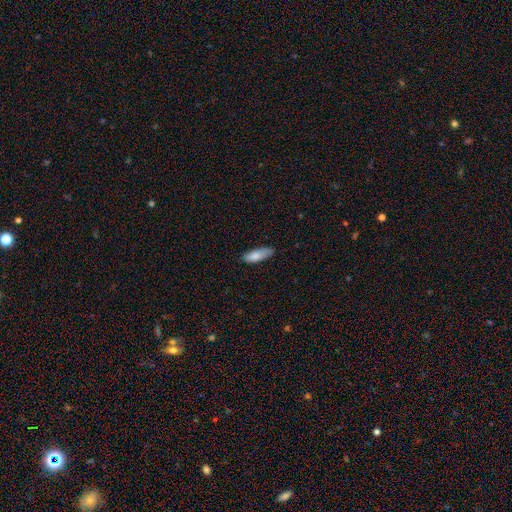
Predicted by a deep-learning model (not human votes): Morphology: type=smooth (83%); roundness=in between (61%); merging=none (74%).